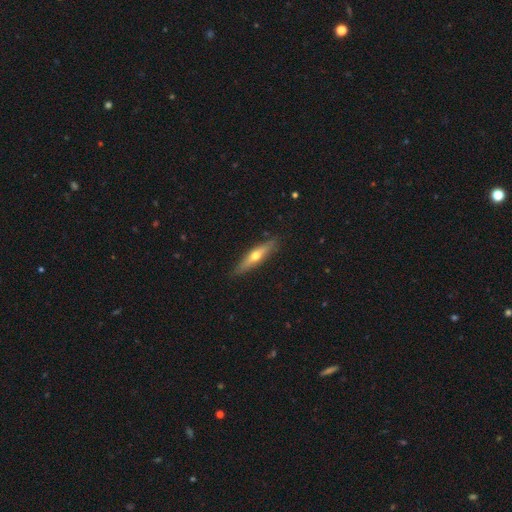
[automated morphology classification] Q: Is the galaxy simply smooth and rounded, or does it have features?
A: featured or disk — 52%.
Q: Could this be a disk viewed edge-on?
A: yes — 87%.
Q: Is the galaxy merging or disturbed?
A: none — 87%.